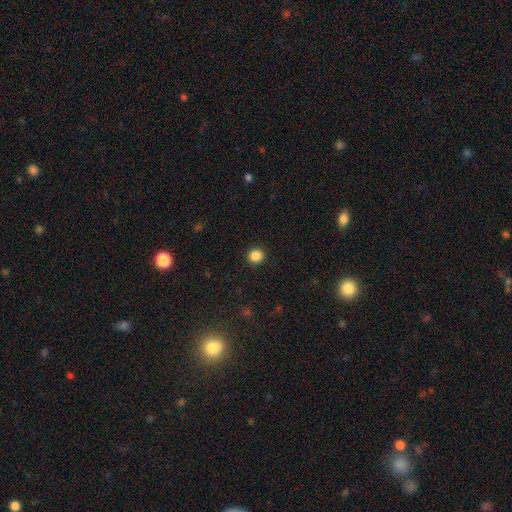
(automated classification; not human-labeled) A smooth galaxy with no disk features (87%) that is round (92%). Merging: none (92%).